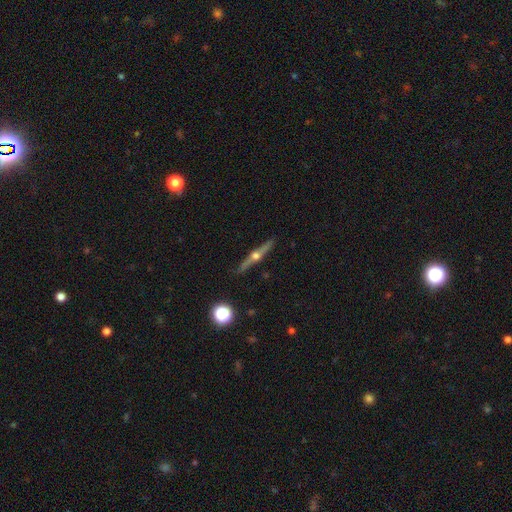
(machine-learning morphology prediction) Q: Smooth or featured?
A: featured or disk (80%); runner-up: smooth (14%)
Q: Edge-on disk?
A: yes (98%); runner-up: no (2%)
Q: Edge-on bulge?
A: rounded (96%); runner-up: none (2%)
Q: Merging?
A: none (89%); runner-up: minor disturbance (8%)